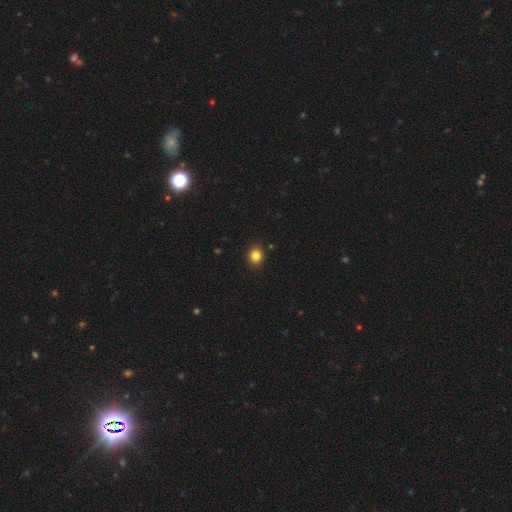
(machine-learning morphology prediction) smooth_or_featured: smooth (p=0.84) [alt: star or artifact p=0.12]
how_rounded: round (p=0.66) [alt: in between p=0.33]
merging: none (p=0.89) [alt: minor disturbance p=0.08]